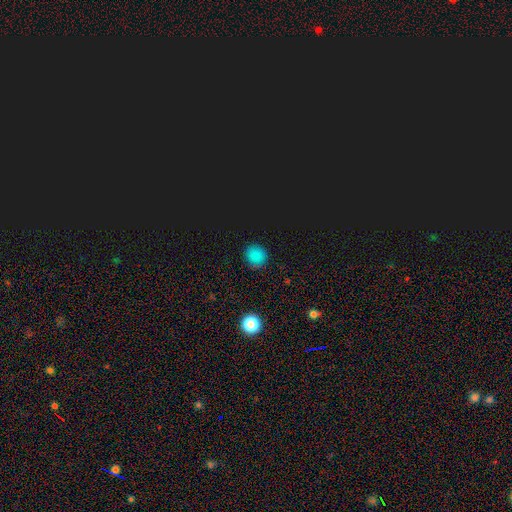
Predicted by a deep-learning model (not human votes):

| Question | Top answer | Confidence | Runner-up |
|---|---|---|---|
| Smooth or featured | smooth | 78% | star or artifact (19%) |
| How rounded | round | 89% | in between (10%) |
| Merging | none | 87% | minor disturbance (9%) |